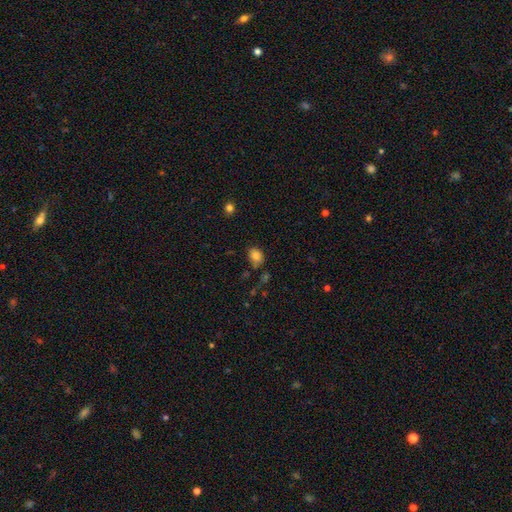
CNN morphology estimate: A smooth galaxy with no disk features (82%) that is in between round and cigar-shaped (53%).

Vote fractions:
- Smooth or featured? smooth: 82% / star or artifact: 12% / featured or disk: 7%
- How rounded? in between: 53% / round: 46% / cigar-shaped: 1%
- Merging? none: 71% / minor disturbance: 18% / merger: 6% / major disturbance: 4%